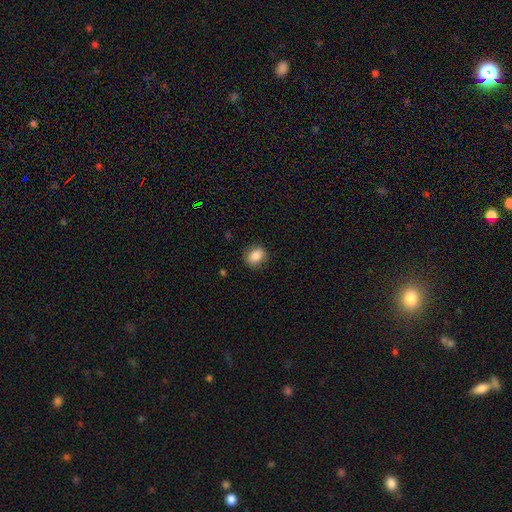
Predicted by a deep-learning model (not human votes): smooth-or-featured: smooth: 86% | star or artifact: 9% | featured or disk: 6%
  how-rounded: round: 50% | in between: 49% | cigar-shaped: 1%
  merging: none: 87% | minor disturbance: 10% | major disturbance: 3% | merger: 1%